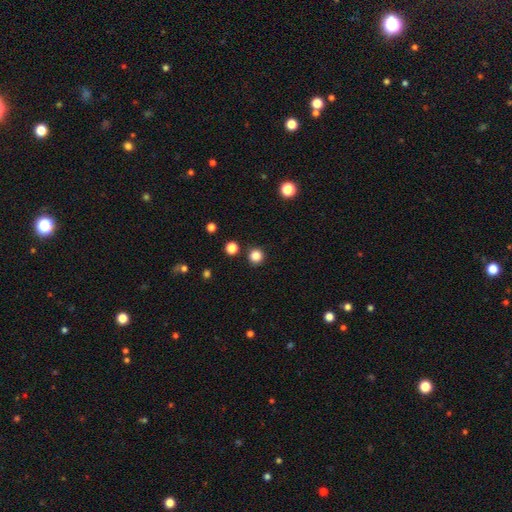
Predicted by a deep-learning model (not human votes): The model was most divided on "smooth or featured": smooth: 84%, star or artifact: 13%, featured or disk: 4%. More confident: how rounded — round (96%); merging — none (91%).